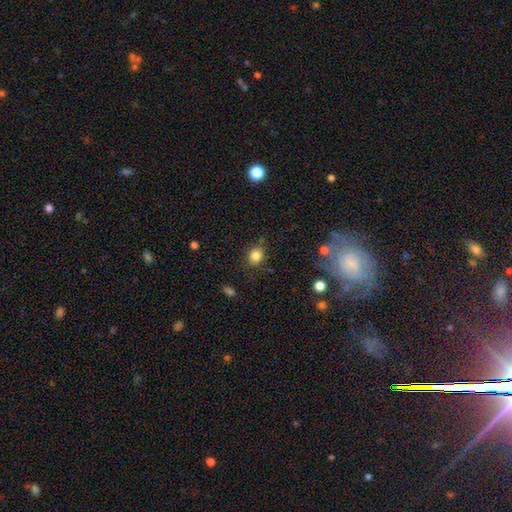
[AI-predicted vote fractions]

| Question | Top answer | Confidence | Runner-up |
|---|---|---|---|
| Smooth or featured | smooth | 83% | star or artifact (12%) |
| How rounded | round | 66% | in between (33%) |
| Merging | none | 79% | minor disturbance (15%) |